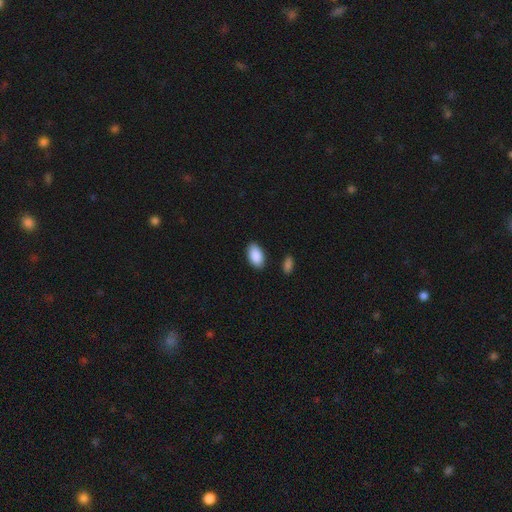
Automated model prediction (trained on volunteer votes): Smooth or featured?
  - smooth: 90% *
  - star or artifact: 6%
  - featured or disk: 4%
How rounded?
  - in between: 95% *
  - round: 4%
  - cigar-shaped: 2%
Merging?
  - none: 87% *
  - minor disturbance: 9%
  - major disturbance: 2%
  - merger: 2%